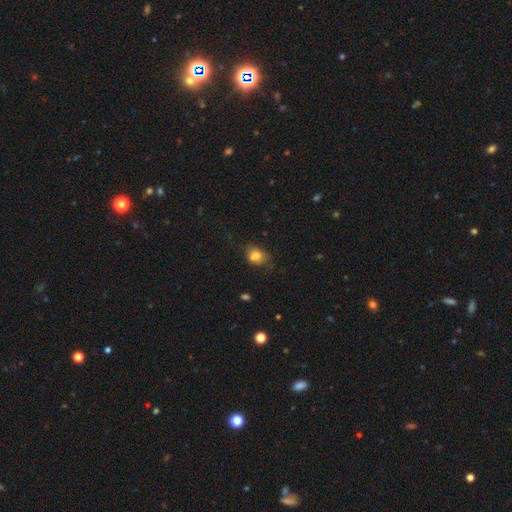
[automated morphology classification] Q: Smooth or featured?
A: smooth (74%); runner-up: featured or disk (14%)
Q: How rounded?
A: in between (55%); runner-up: round (44%)
Q: Merging?
A: none (47%); runner-up: minor disturbance (29%)